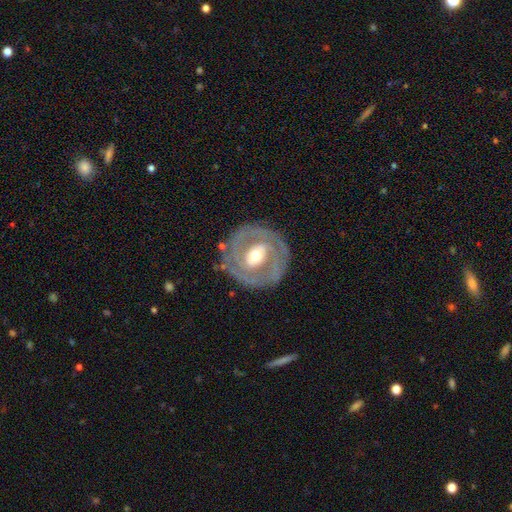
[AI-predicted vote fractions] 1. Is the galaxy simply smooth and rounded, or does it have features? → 80% featured or disk, 15% smooth, 5% star or artifact.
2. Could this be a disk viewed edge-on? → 96% no, 4% yes.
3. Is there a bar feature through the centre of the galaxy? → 40% weak, 31% strong, 30% no.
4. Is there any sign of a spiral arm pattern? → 75% yes, 25% no.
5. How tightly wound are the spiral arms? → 65% tight, 26% medium, 9% loose.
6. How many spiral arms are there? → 60% 2, 20% can't tell, 9% 3, 6% 1, 3% 4, 3% more than 4.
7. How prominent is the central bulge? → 67% moderate, 22% small, 9% large, 1% dominant, 1% none.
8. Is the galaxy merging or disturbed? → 82% none, 12% minor disturbance, 5% major disturbance, 2% merger.